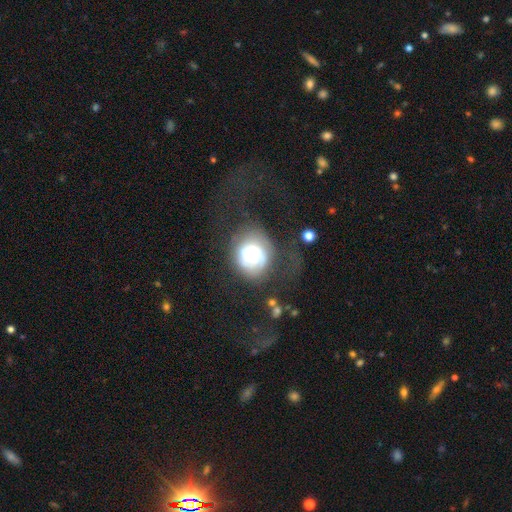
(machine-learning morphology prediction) A smooth galaxy with no disk features (47%). Merging: major disturbance (37%).